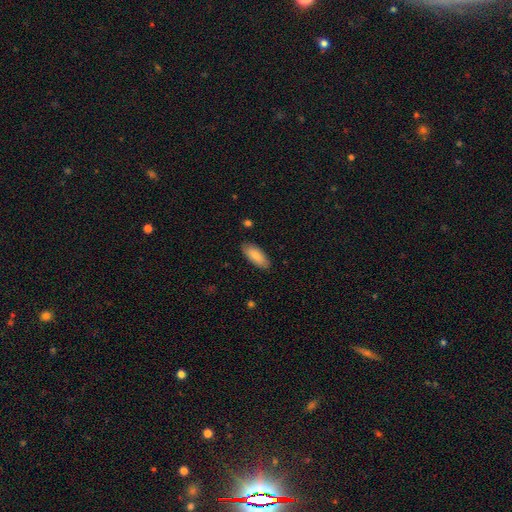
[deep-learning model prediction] Smooth or featured?
  - smooth: 85% *
  - featured or disk: 9%
  - star or artifact: 6%
How rounded?
  - in between: 82% *
  - cigar-shaped: 16%
  - round: 2%
Merging?
  - none: 86% *
  - minor disturbance: 11%
  - major disturbance: 2%
  - merger: 1%